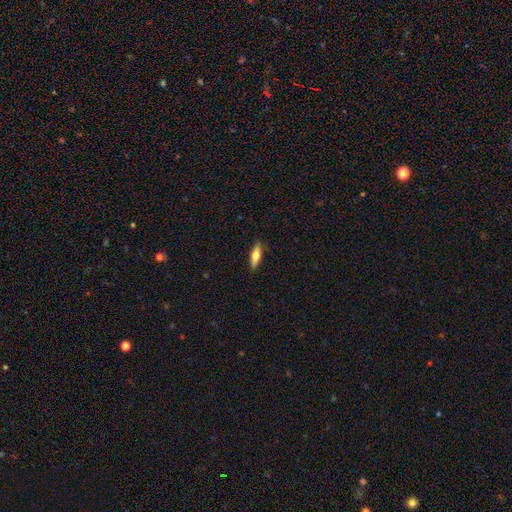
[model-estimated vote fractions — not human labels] Overall: smooth (62%; featured or disk 32%). How rounded: cigar-shaped (55%; in between 43%). Merging: none (89%).